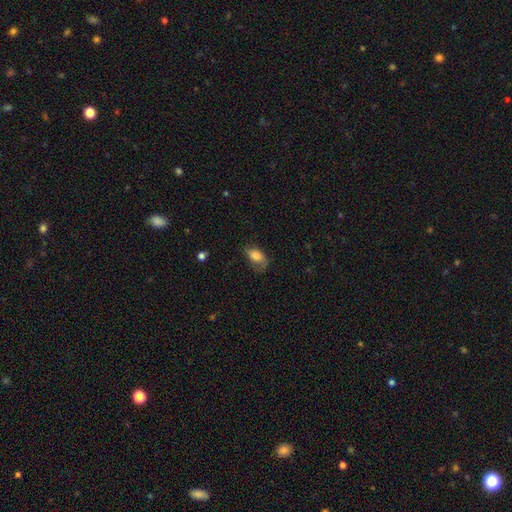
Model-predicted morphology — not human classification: Smooth or featured? smooth (75%)
How rounded? in between (89%)
Merging? none (46%)